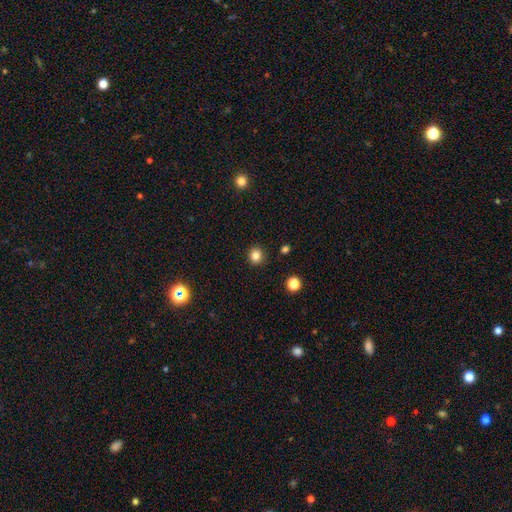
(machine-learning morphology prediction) The model was most divided on "smooth or featured": smooth: 83%, star or artifact: 13%, featured or disk: 5%. More confident: merging — none (91%); how rounded — round (89%).